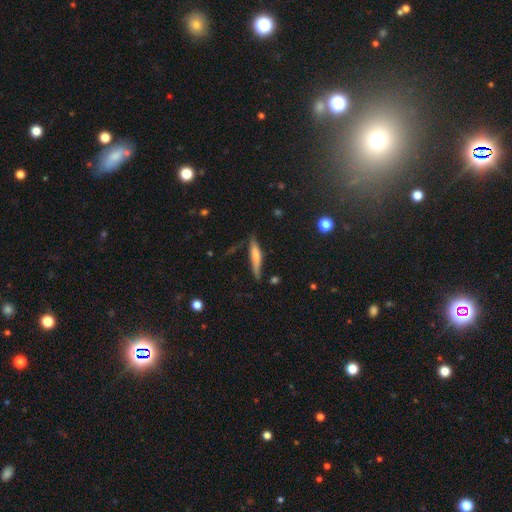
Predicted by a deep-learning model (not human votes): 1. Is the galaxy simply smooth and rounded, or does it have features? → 58% smooth, 35% featured or disk, 8% star or artifact.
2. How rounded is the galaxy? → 84% cigar-shaped, 14% in between, 2% round.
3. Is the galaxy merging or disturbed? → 62% none, 26% minor disturbance, 8% major disturbance, 4% merger.